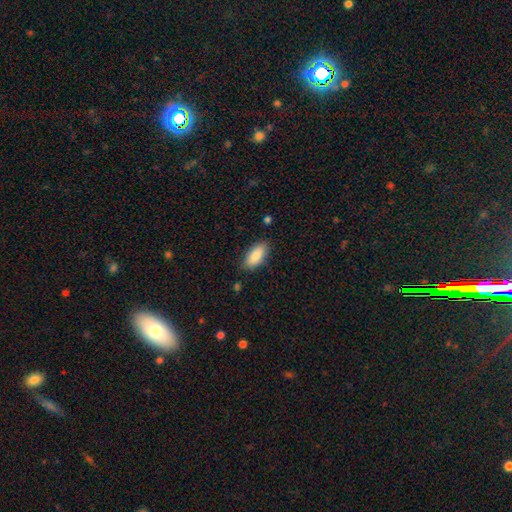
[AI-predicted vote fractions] This is clearly a smooth galaxy (85%). How rounded: clearly in between (87%). Merging: clearly none (83%).